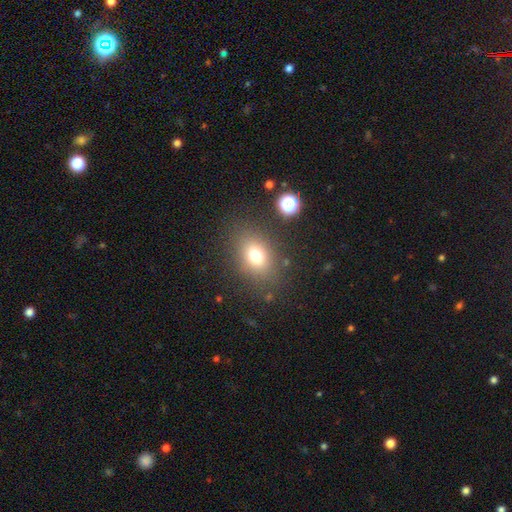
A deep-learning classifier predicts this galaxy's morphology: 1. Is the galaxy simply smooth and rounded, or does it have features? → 74% smooth, 15% star or artifact, 11% featured or disk.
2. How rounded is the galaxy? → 65% in between, 34% round, 1% cigar-shaped.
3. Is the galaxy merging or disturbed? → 80% none, 11% minor disturbance, 6% major disturbance, 3% merger.